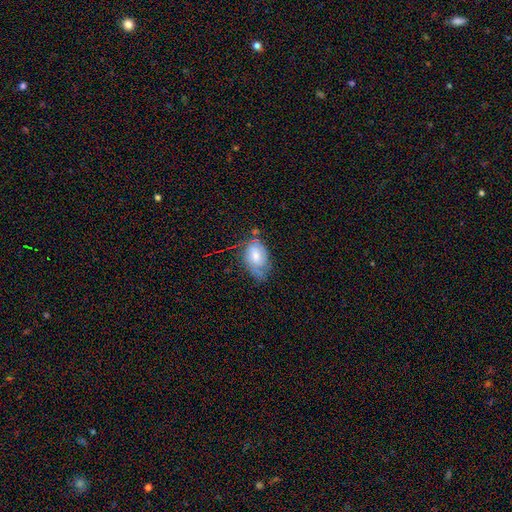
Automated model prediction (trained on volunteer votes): A smooth galaxy with no disk features (57%) that is in between round and cigar-shaped (89%). Merging: none (49%).